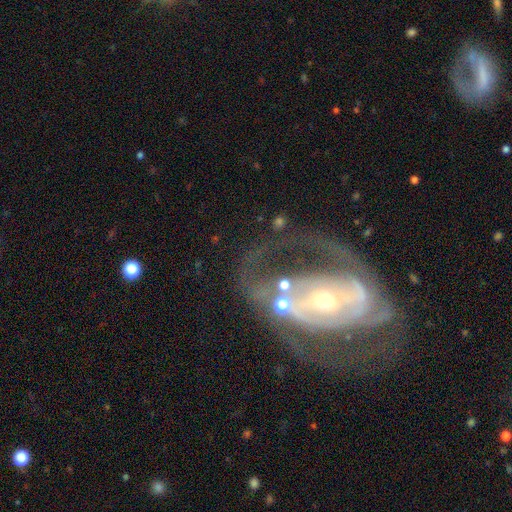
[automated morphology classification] The model was most divided on "bar": strong: 34%, no: 33%, weak: 32%. Remaining: edge-on disk — no (96%); spiral arms — yes (87%); smooth or featured — featured or disk (86%); bulge size — small (61%); spiral arm count — 2 (59%); merging — none (47%); spiral winding — medium (44%).